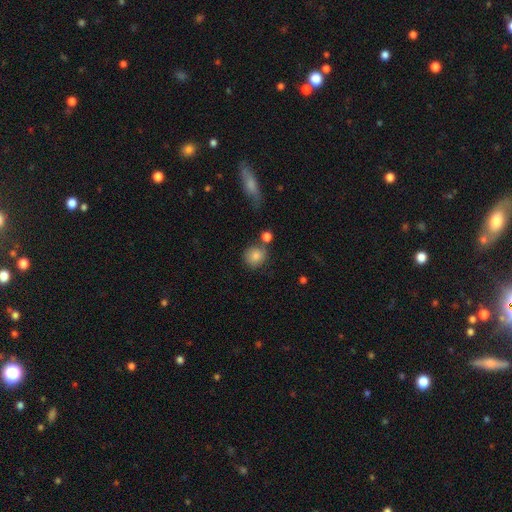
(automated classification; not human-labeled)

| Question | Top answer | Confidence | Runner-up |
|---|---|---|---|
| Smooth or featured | smooth | 82% | star or artifact (10%) |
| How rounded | round | 81% | in between (18%) |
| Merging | none | 66% | merger (14%) |